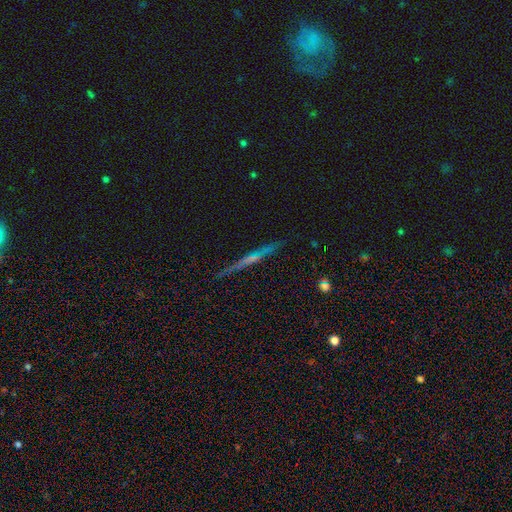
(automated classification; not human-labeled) Smooth or featured?
  - featured or disk: 70% *
  - smooth: 21%
  - star or artifact: 9%
Edge-on disk?
  - yes: 97% *
  - no: 3%
Edge-on bulge?
  - none: 46% * (tied)
  - rounded: 46% * (tied)
  - boxy: 8%
Merging?
  - none: 88% *
  - minor disturbance: 9%
  - major disturbance: 2%
  - merger: 2%